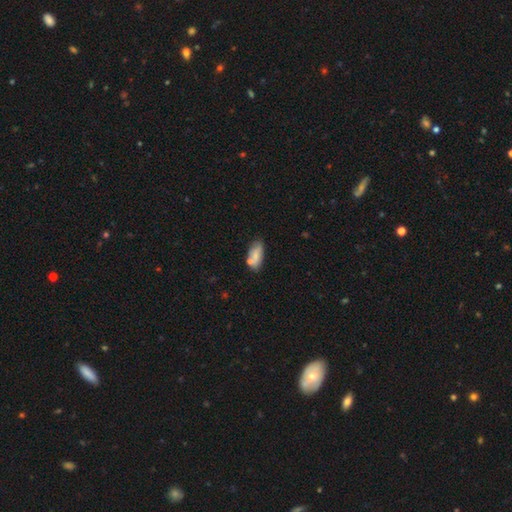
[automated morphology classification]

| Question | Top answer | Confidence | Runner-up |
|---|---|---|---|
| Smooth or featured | smooth | 76% | featured or disk (16%) |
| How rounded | in between | 85% | cigar-shaped (12%) |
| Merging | none | 63% | minor disturbance (19%) |